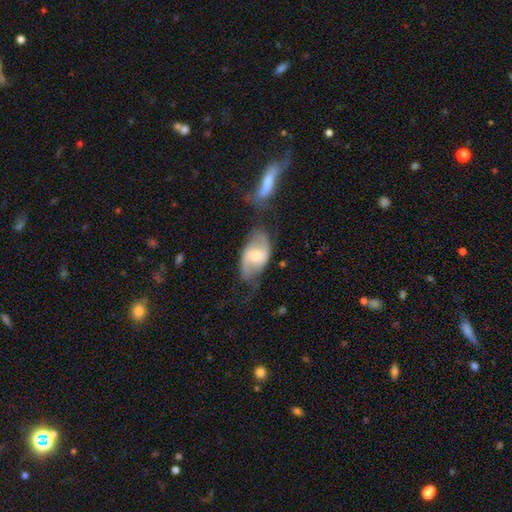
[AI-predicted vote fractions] Smooth or featured? featured or disk (60%)
Edge-on disk? no (94%)
Bar? weak (47%)
Spiral arms? yes (81%)
Bulge size? moderate (46%)
Merging? none (49%)